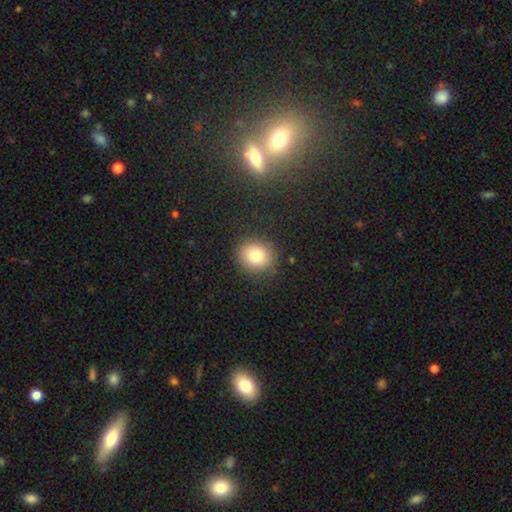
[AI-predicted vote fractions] Overall: smooth (80%). How rounded: round (83%). Merging: none (88%).